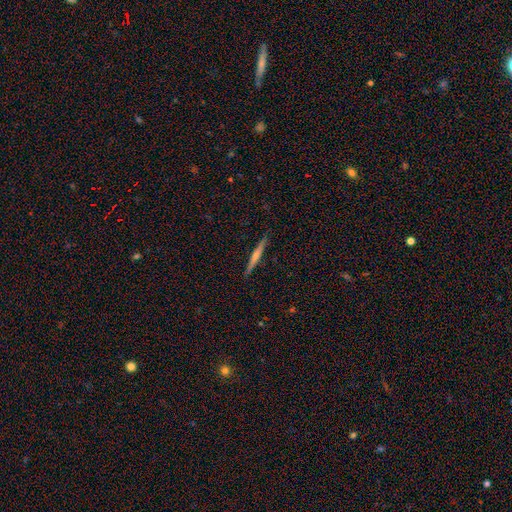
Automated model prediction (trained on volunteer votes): This is likely a featured or disk galaxy (63%). It is clearly viewed edge-on (98%). Edge-on bulge: likely rounded (60%). Merging: clearly none (92%).